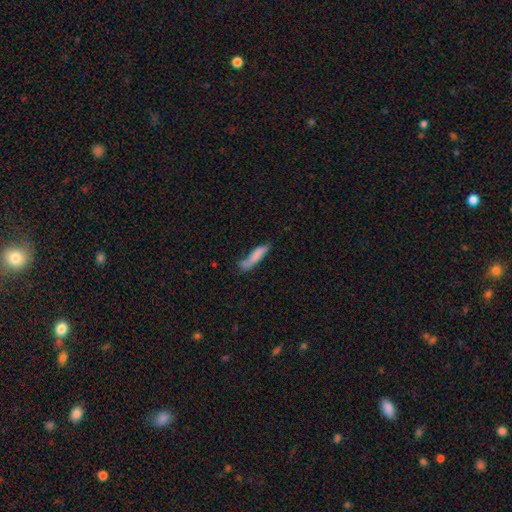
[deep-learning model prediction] Smooth or featured?
  - smooth: 76% *
  - featured or disk: 17%
  - star or artifact: 7%
How rounded?
  - cigar-shaped: 77% *
  - in between: 21%
  - round: 2%
Merging?
  - none: 50% *
  - minor disturbance: 27%
  - major disturbance: 12%
  - merger: 11%